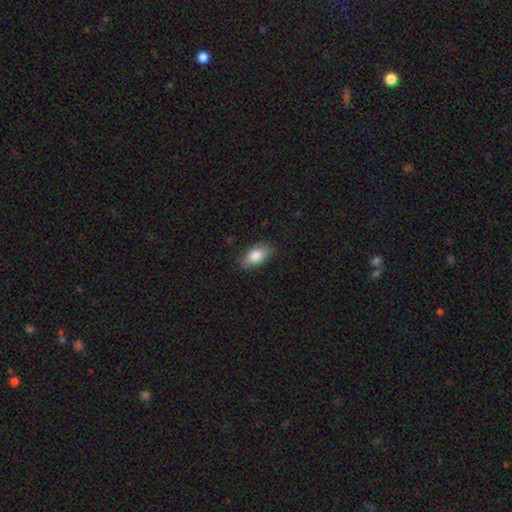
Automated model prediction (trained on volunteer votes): Overall: smooth (83%). How rounded: in between (91%). Merging: none (83%).